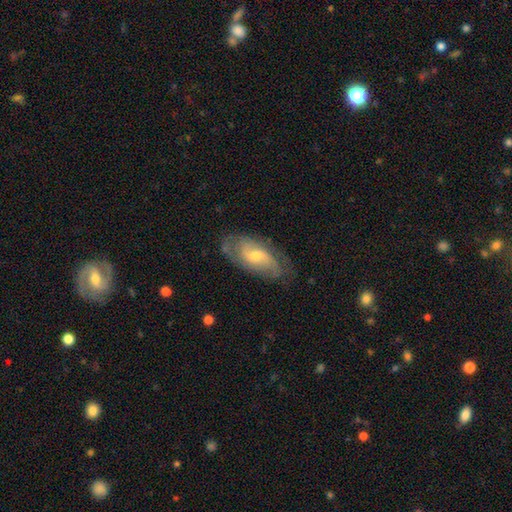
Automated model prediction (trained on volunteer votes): featured or disk 67%, smooth 26%, star or artifact 7%. Down the decision tree: edge-on disk — no (91%); bar — no (57%); spiral arms — yes (86%); spiral arm count — 2 (54%); spiral winding — medium (43%); bulge size — small (52%); merging — none (71%).